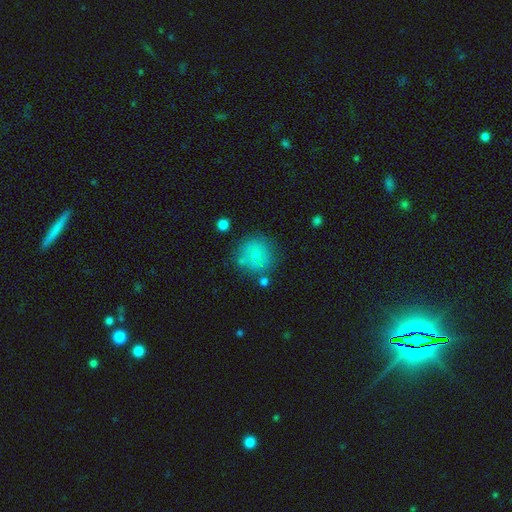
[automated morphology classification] Q: Smooth or featured?
A: smooth (64%); runner-up: featured or disk (25%)
Q: How rounded?
A: round (88%); runner-up: in between (11%)
Q: Merging?
A: none (63%); runner-up: minor disturbance (19%)